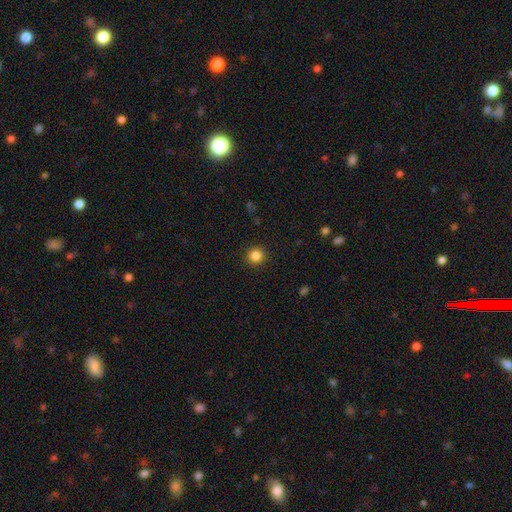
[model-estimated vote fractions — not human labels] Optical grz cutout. It shows a smooth galaxy with no disk features (84%) that is round (95%). Merging: none (92%).